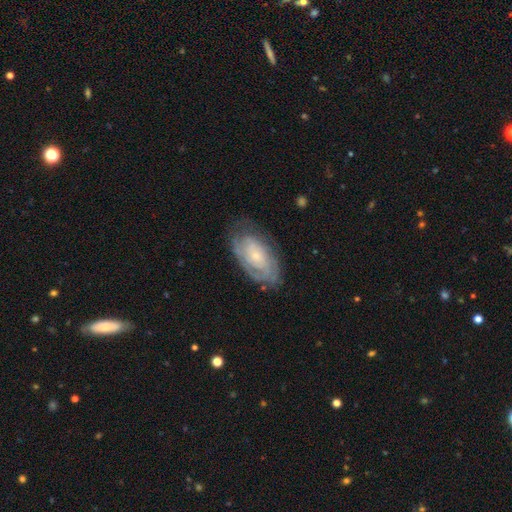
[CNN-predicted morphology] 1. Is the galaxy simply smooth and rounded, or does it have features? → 71% featured or disk, 23% smooth, 6% star or artifact.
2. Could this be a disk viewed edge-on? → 94% no, 6% yes.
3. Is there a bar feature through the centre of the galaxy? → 77% no, 19% weak, 4% strong.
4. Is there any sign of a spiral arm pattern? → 84% yes, 16% no.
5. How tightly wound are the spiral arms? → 70% tight, 23% medium, 7% loose.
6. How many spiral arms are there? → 55% can't tell, 22% 2, 9% 3, 5% 1, 5% 4, 3% more than 4.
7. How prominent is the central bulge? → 73% small, 20% moderate, 3% none, 2% large, 1% dominant.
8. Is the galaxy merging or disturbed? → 69% none, 21% minor disturbance, 9% major disturbance, 1% merger.